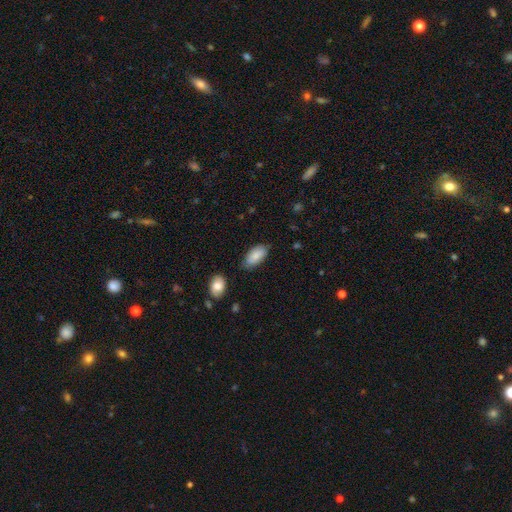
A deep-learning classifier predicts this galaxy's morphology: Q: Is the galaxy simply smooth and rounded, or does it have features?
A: smooth — 85%.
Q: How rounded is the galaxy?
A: in between — 93%.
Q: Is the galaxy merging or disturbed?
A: none — 74%.